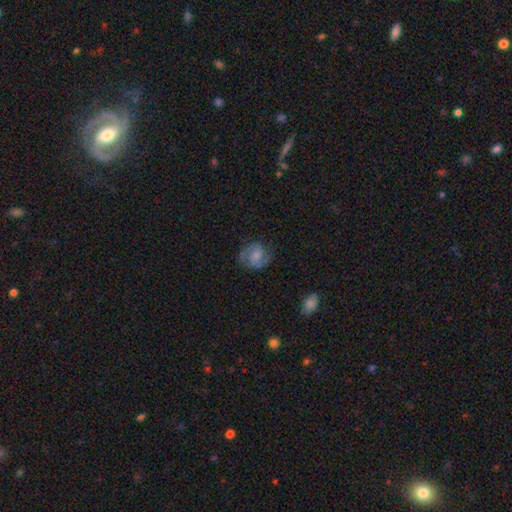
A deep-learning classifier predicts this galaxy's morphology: A featured or disk galaxy (51%).

Vote fractions:
- Smooth or featured? featured or disk: 51% / smooth: 41% / star or artifact: 8%
- Edge-on disk? no: 98% / yes: 2%
- Merging? none: 65% / minor disturbance: 22% / major disturbance: 11% / merger: 2%